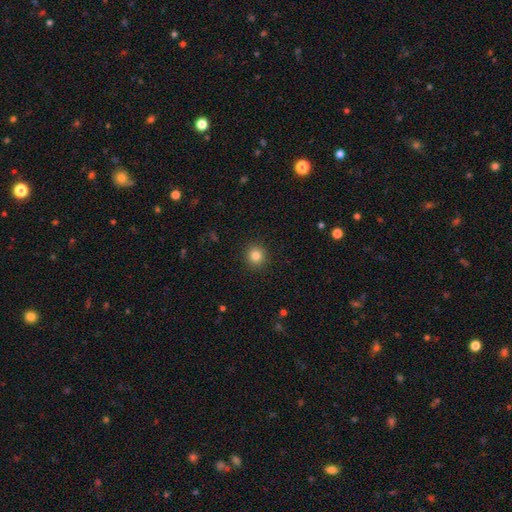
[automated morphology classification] Smooth or featured?
  - smooth: 83% *
  - star or artifact: 11%
  - featured or disk: 5%
How rounded?
  - round: 92% *
  - in between: 7%
  - cigar-shaped: 1%
Merging?
  - none: 92% *
  - minor disturbance: 5%
  - major disturbance: 2%
  - merger: 1%